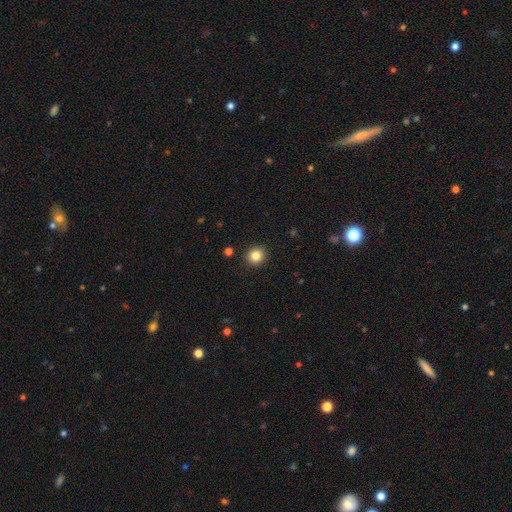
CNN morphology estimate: A smooth galaxy with no disk features (84%) that is round (89%). Merging: none (92%).